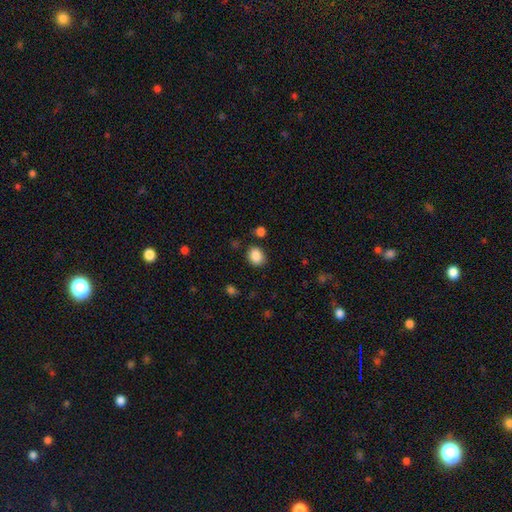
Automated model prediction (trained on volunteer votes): Smooth or featured? Predicted: smooth (p=0.87). How rounded? Predicted: round (p=0.56). Merging? Predicted: none (p=0.82).